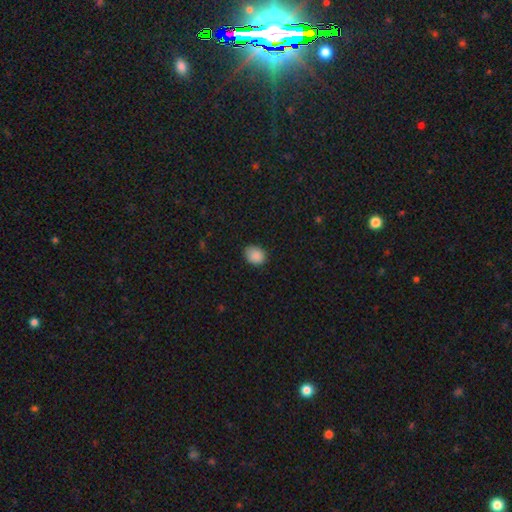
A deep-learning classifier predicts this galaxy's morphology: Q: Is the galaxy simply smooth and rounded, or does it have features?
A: smooth — 88%.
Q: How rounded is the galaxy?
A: round — 53%.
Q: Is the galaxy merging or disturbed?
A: none — 82%.